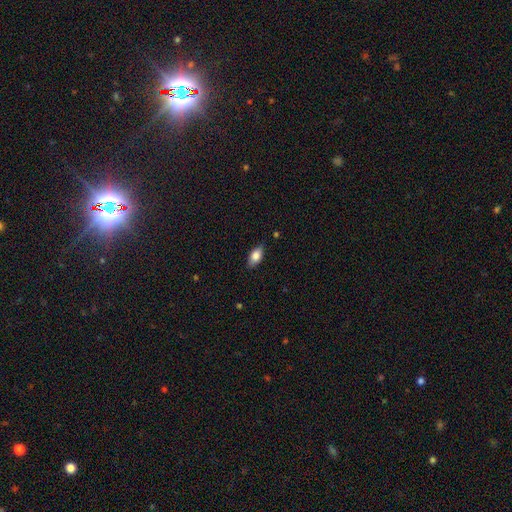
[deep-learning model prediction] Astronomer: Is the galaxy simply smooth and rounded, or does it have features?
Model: smooth — 76%.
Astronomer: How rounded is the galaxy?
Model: in between — 88%.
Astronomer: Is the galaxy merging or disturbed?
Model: none — 84%.